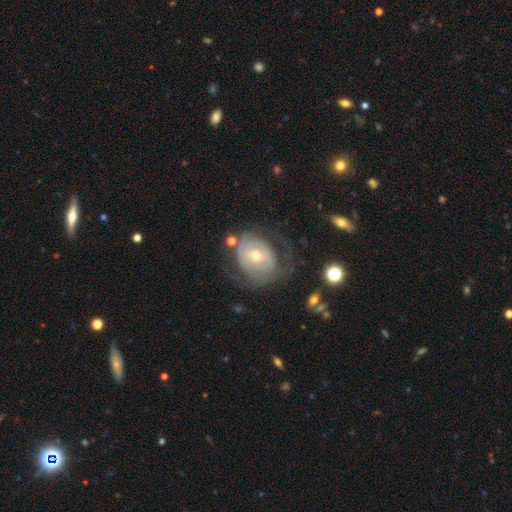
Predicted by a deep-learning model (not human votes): Smooth or featured: featured or disk — 68% (smooth — 25%)
Edge-on disk: no — 96% (yes — 4%)
Bar: no — 68% (weak — 24%)
Spiral arms: yes — 68% (no — 32%)
Bulge size: moderate — 48% (tied with small — 48%)
Merging: none — 49% (major disturbance — 26%)